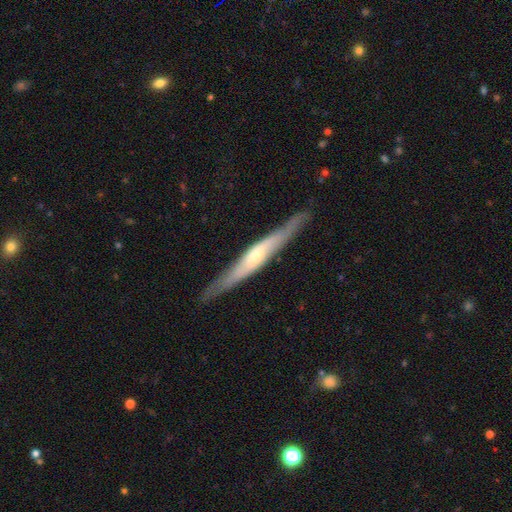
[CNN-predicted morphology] Overall: featured or disk (68%). Edge-on disk: yes (87%). Edge-on bulge: rounded (55%; none 31%). Merging: none (84%).